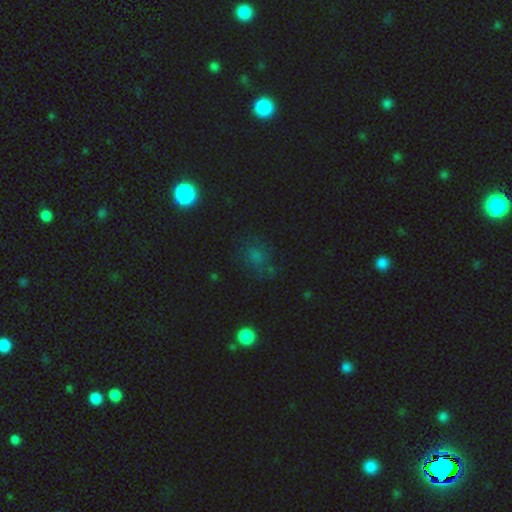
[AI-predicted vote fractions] Smooth or featured? Predicted: smooth (p=0.57). How rounded? Predicted: round (p=0.60). Merging? Predicted: none (p=0.67).